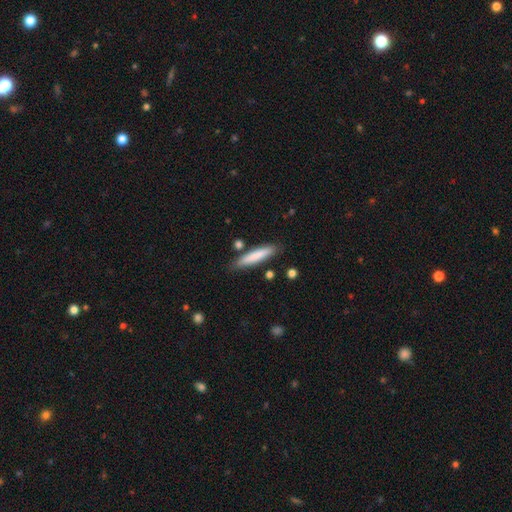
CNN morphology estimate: smooth_or_featured: smooth (p=0.78) [alt: featured or disk p=0.16]
how_rounded: cigar-shaped (p=0.89) [alt: in between p=0.10]
merging: none (p=0.83) [alt: minor disturbance p=0.11]